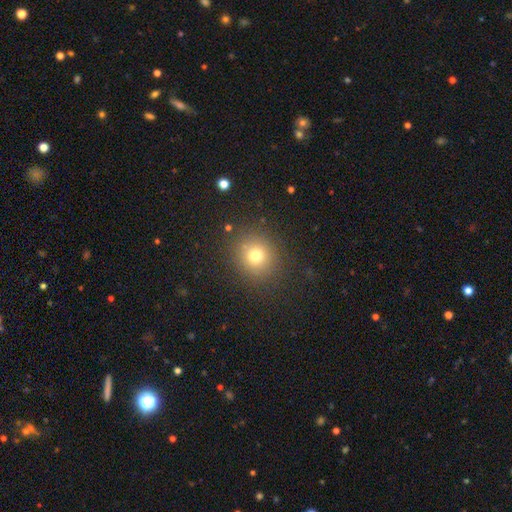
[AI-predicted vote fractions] Morphology: type=smooth (74%); roundness=round (86%); merging=none (85%).